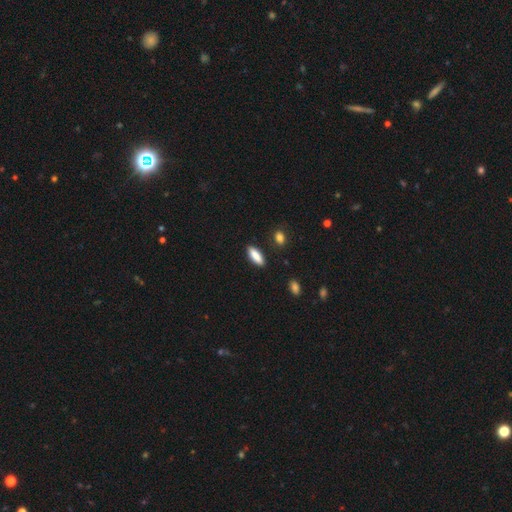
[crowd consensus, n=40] smooth-or-featured: smooth: 75% | featured or disk: 20% | star or artifact: 5%
  how-rounded: in between: 57% | cigar-shaped: 43% | round: 0%
  merging: none: 97% | minor disturbance: 3% | major disturbance: 0% | merger: 0%